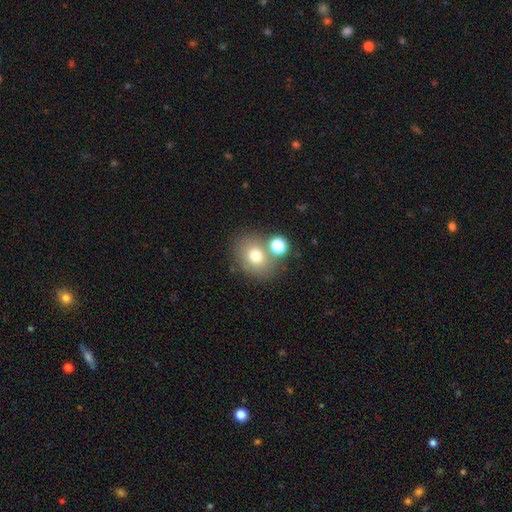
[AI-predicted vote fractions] A smooth galaxy with no disk features (73%) that is round (63%).

Vote fractions:
- Smooth or featured? smooth: 73% / featured or disk: 14% / star or artifact: 13%
- How rounded? round: 63% / in between: 36% / cigar-shaped: 1%
- Merging? none: 67% / merger: 18% / minor disturbance: 11% / major disturbance: 4%